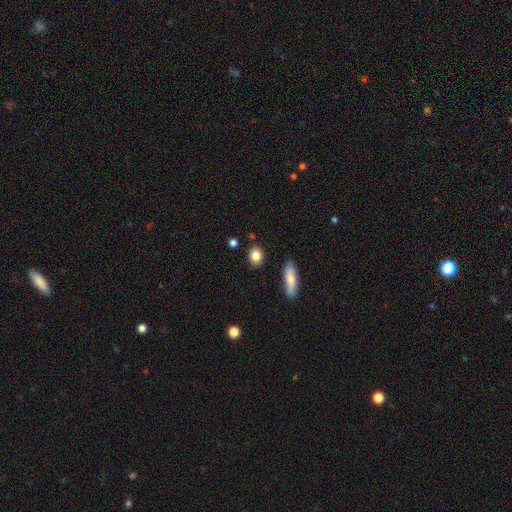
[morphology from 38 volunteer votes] Smooth or featured: smooth — 84% (star or artifact — 11%)
How rounded: in between — 50% (round — 47%)
Merging: none — 82% (minor disturbance — 18%)